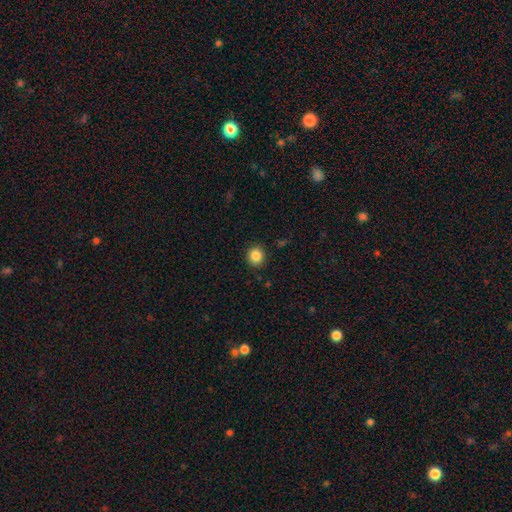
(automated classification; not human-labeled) Q: Smooth or featured?
A: smooth (86%); runner-up: star or artifact (10%)
Q: How rounded?
A: round (85%); runner-up: in between (14%)
Q: Merging?
A: none (89%); runner-up: minor disturbance (7%)